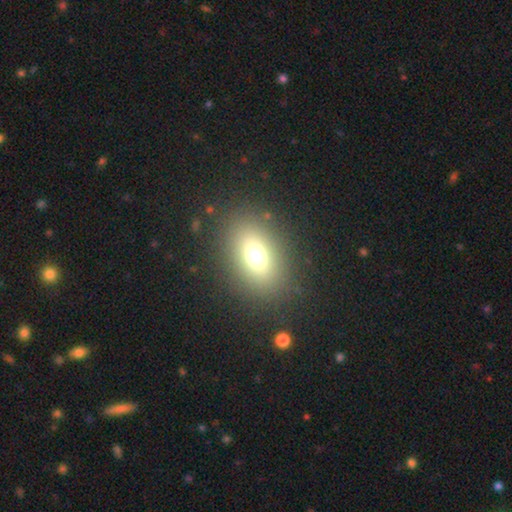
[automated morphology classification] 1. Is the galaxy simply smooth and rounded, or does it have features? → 69% smooth, 17% star or artifact, 14% featured or disk.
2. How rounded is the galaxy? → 68% in between, 30% round, 2% cigar-shaped.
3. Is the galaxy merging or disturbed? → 85% none, 8% minor disturbance, 5% major disturbance, 2% merger.